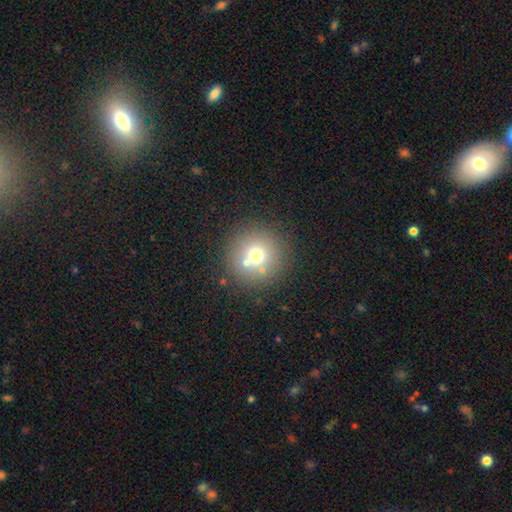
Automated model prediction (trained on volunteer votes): The model was most divided on "smooth or featured": smooth: 67%, featured or disk: 17%, star or artifact: 16%. More confident: how rounded — round (96%); merging — none (78%).